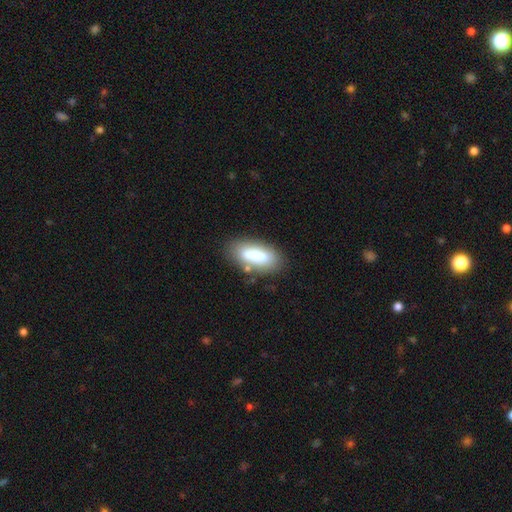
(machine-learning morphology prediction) A smooth galaxy with no disk features (78%) that is in between round and cigar-shaped (78%). Merging: none (71%).